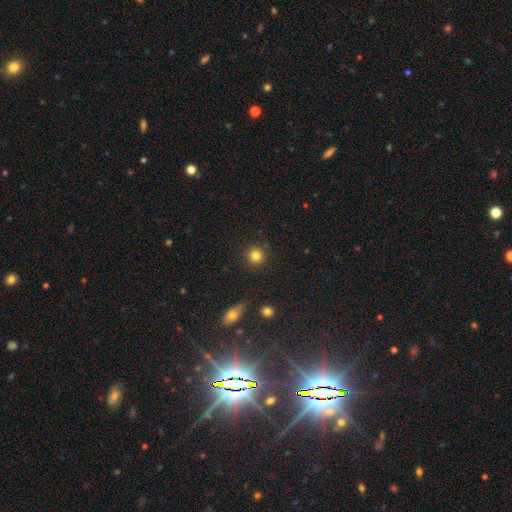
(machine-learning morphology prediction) The model was most divided on "smooth or featured": smooth: 84%, star or artifact: 11%, featured or disk: 6%. More confident: how rounded — round (93%); merging — none (90%).